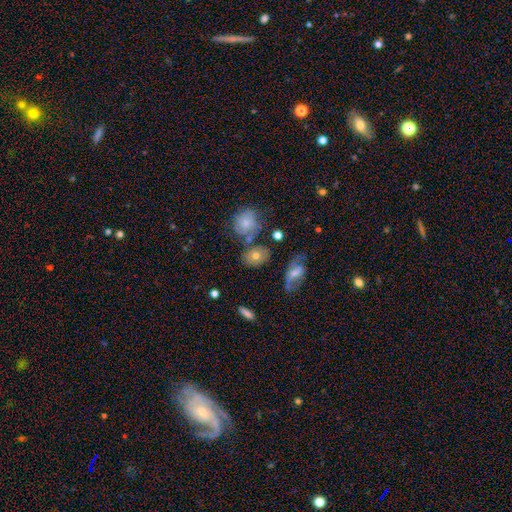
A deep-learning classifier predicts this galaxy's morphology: A smooth galaxy with no disk features (61%) that is in between round and cigar-shaped (52%).

Vote fractions:
- Smooth or featured? smooth: 61% / featured or disk: 25% / star or artifact: 14%
- How rounded? in between: 52% / round: 46% / cigar-shaped: 2%
- Merging? none: 62% / minor disturbance: 17% / merger: 14% / major disturbance: 7%